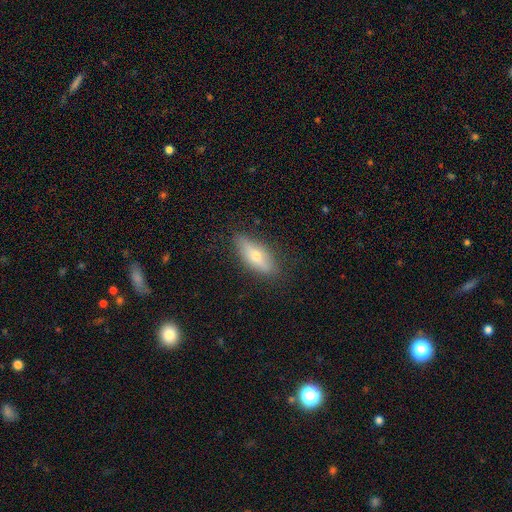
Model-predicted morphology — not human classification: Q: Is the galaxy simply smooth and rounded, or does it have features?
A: smooth — 54%.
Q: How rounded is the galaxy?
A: in between — 58%.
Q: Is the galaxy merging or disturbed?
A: none — 84%.